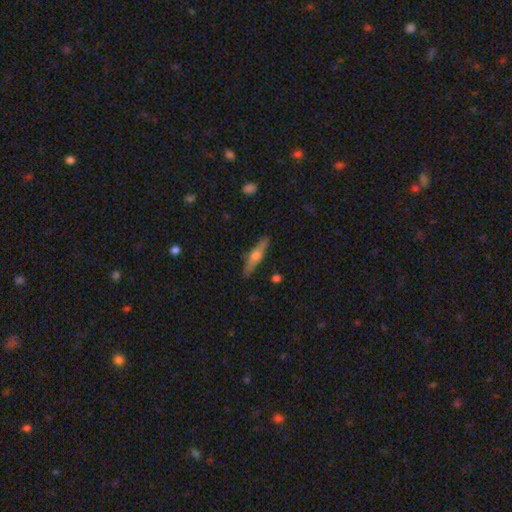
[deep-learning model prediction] featured or disk 49%, smooth 45%, star or artifact 6%. Down the decision tree: merging — none (86%).